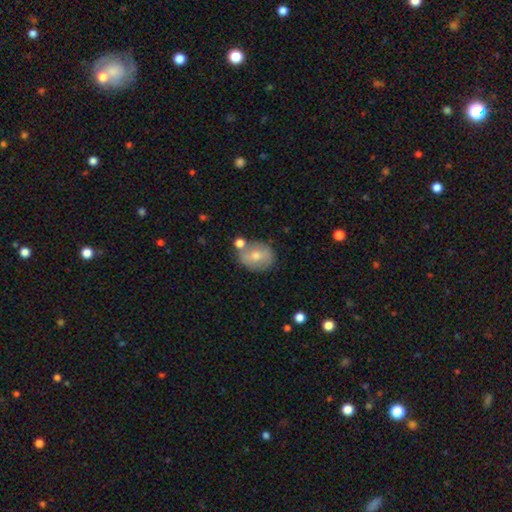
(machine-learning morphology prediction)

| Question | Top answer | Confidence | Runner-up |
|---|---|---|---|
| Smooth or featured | smooth | 62% | featured or disk (30%) |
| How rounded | round | 55% | in between (44%) |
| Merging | none | 60% | minor disturbance (18%) |